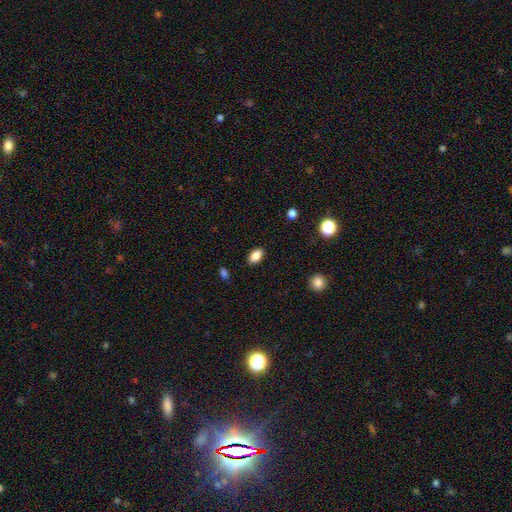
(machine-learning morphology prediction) Overall: smooth (86%). How rounded: in between (91%). Merging: none (87%).